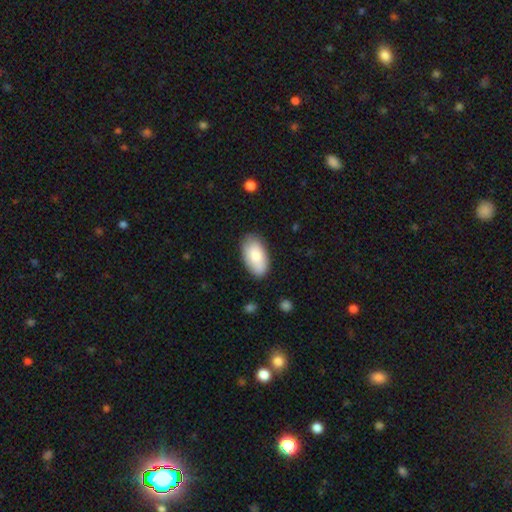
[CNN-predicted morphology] smooth_or_featured: smooth (p=0.81) [alt: featured or disk p=0.13]
how_rounded: in between (p=0.95) [alt: round p=0.03]
merging: none (p=0.82) [alt: minor disturbance p=0.14]